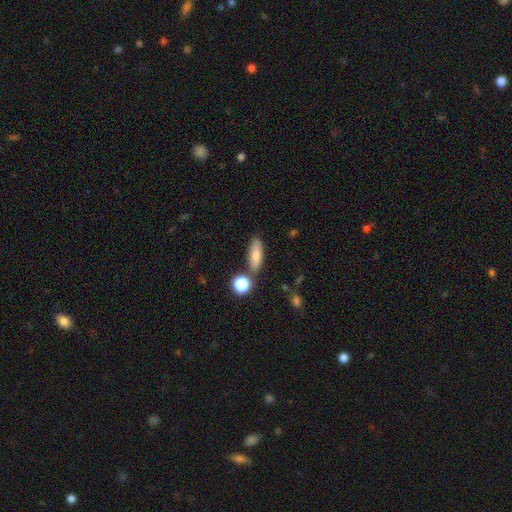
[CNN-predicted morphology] A smooth galaxy with no disk features (71%) that is in between round and cigar-shaped (61%).

Vote fractions:
- Smooth or featured? smooth: 71% / featured or disk: 19% / star or artifact: 10%
- How rounded? in between: 61% / cigar-shaped: 34% / round: 5%
- Merging? none: 74% / minor disturbance: 13% / merger: 9% / major disturbance: 4%